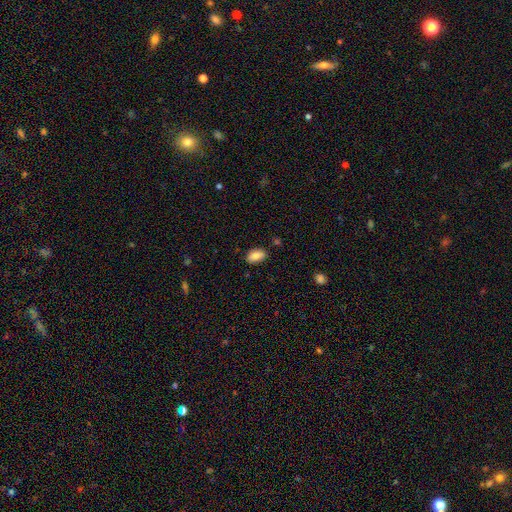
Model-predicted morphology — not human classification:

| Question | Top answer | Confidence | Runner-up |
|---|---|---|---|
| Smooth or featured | smooth | 83% | featured or disk (9%) |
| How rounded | in between | 92% | round (5%) |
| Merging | none | 84% | minor disturbance (12%) |